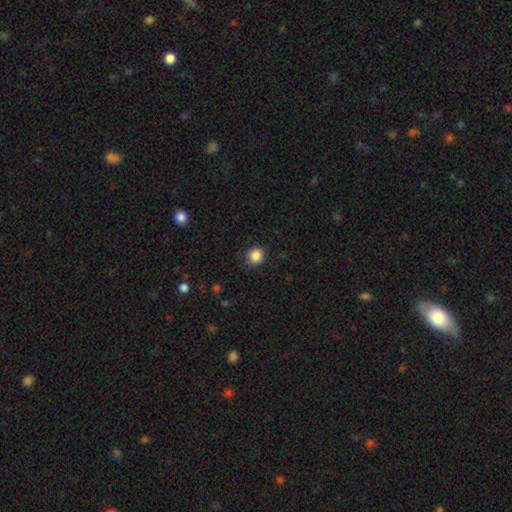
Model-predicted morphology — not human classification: Overall: smooth (87%). How rounded: round (88%). Merging: none (87%).